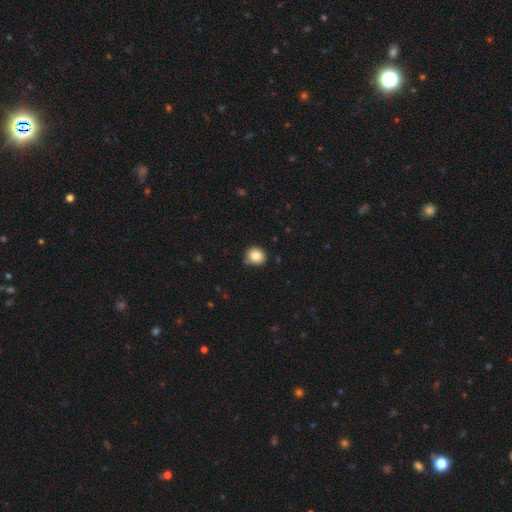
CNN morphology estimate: type=smooth (84%); roundness=round (85%); merging=none (83%).